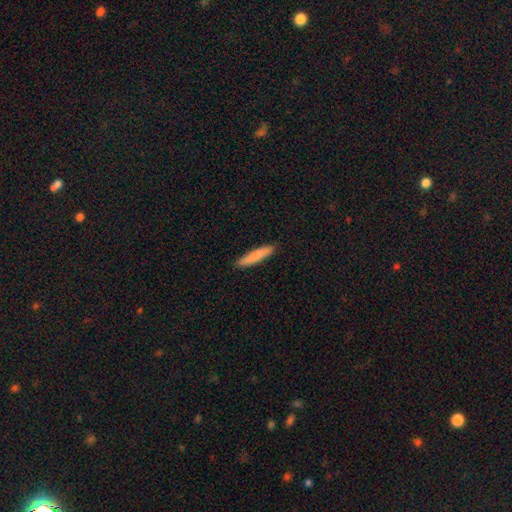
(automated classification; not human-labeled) Smooth or featured? Predicted: smooth (p=0.80). How rounded? Predicted: cigar-shaped (p=0.91). Merging? Predicted: none (p=0.89).